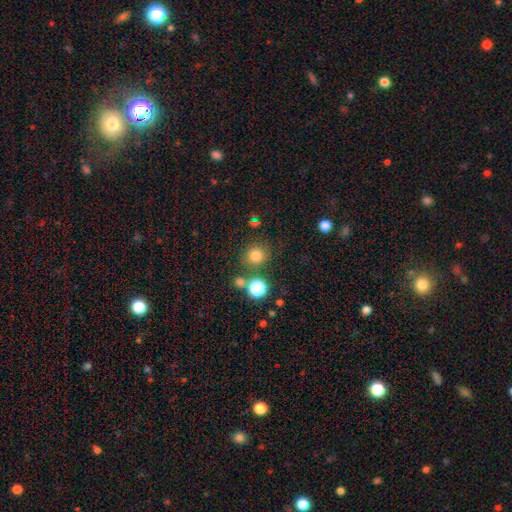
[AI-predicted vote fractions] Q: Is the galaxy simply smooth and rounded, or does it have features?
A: smooth — 78%.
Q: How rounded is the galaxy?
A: round — 91%.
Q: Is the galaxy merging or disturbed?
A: none — 80%.